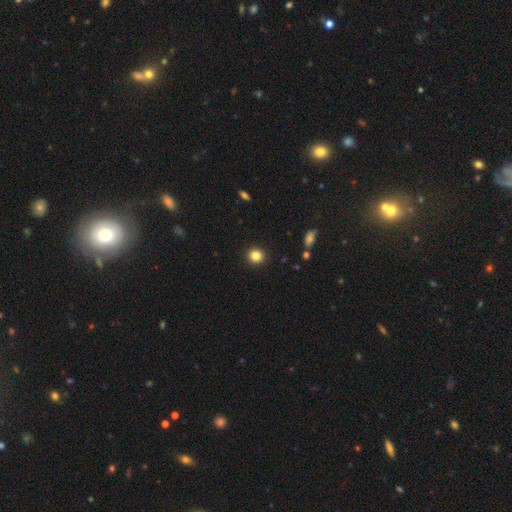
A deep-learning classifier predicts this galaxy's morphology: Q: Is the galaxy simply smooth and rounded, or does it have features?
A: smooth — 85%.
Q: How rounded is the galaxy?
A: round — 90%.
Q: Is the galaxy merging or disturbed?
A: none — 92%.